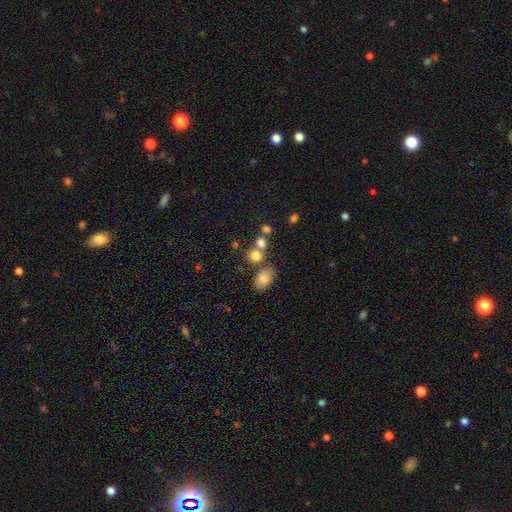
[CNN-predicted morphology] smooth-or-featured: smooth: 78% | star or artifact: 13% | featured or disk: 9%
  how-rounded: round: 70% | in between: 29% | cigar-shaped: 1%
  merging: none: 52% | merger: 33% | minor disturbance: 10% | major disturbance: 5%